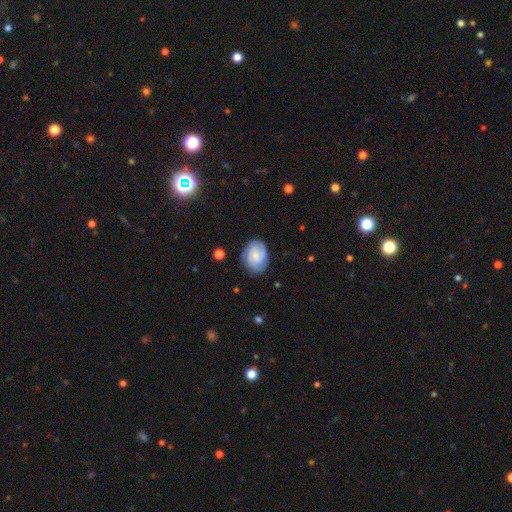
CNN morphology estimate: This appears to be a smooth galaxy with no disk features (53%) that is in between round and cigar-shaped (65%). Merging: none (76%).